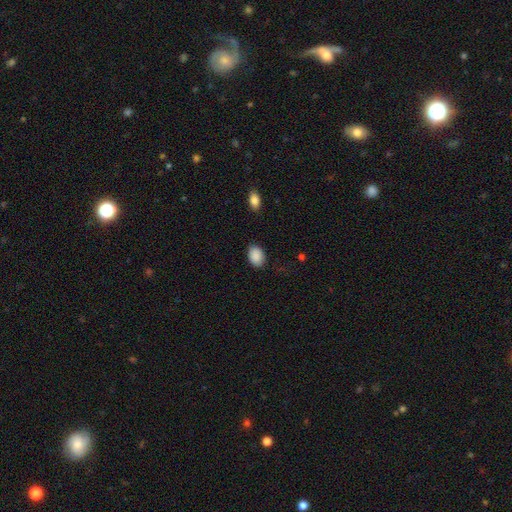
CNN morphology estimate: Smooth or featured?
  - smooth: 90% *
  - star or artifact: 7%
  - featured or disk: 3%
How rounded?
  - in between: 79% *
  - round: 20%
  - cigar-shaped: 1%
Merging?
  - none: 85% *
  - minor disturbance: 11%
  - major disturbance: 3%
  - merger: 1%